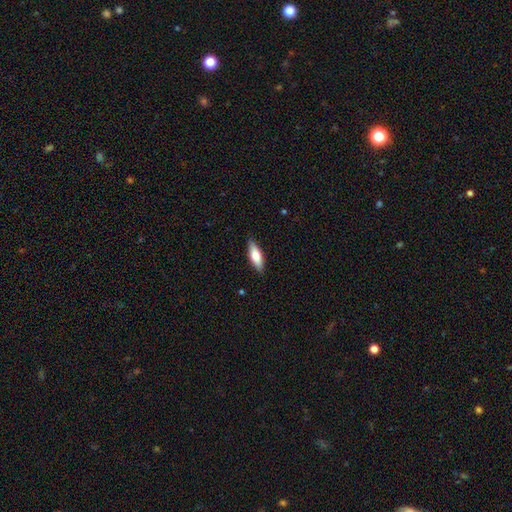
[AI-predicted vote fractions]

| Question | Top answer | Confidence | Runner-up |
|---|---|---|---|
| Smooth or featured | smooth | 68% | featured or disk (26%) |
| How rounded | in between | 57% | cigar-shaped (41%) |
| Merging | none | 88% | minor disturbance (9%) |